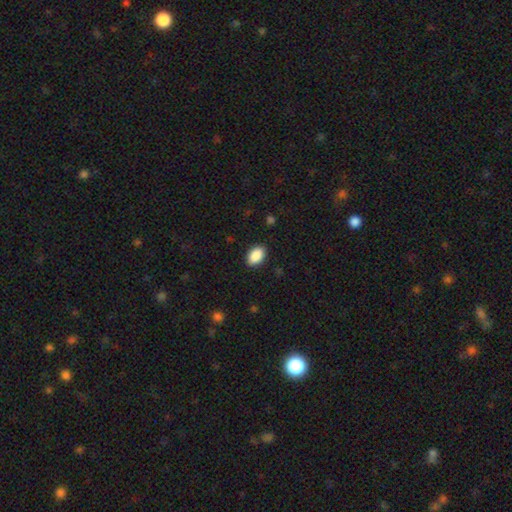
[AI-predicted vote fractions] This is clearly a smooth galaxy (90%). How rounded: clearly in between (91%). Merging: clearly none (89%).